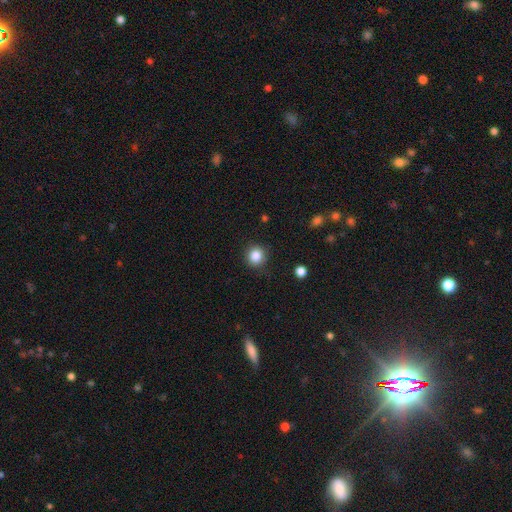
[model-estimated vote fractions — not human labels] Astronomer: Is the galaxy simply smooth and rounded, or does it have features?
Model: smooth — 85%.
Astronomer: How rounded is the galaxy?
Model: round — 91%.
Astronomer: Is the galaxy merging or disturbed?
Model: none — 89%.